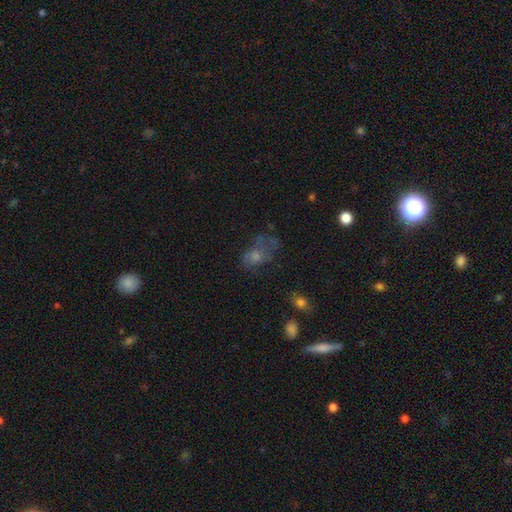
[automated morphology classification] Overall: smooth (43%; featured or disk 35%). Merging: none (43%; major disturbance 28%).